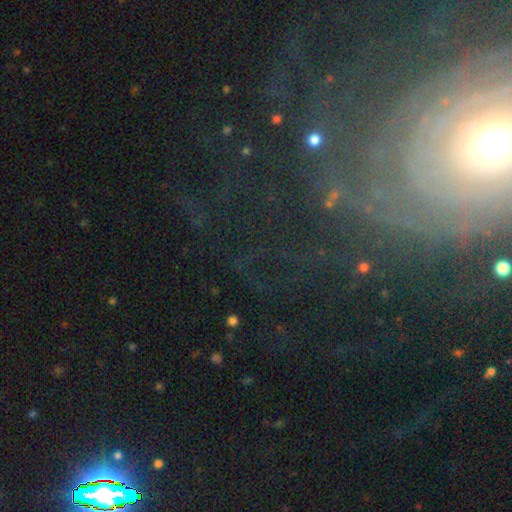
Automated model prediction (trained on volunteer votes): Smooth or featured? Predicted: featured or disk (p=0.44). Merging? Predicted: none (p=0.66).